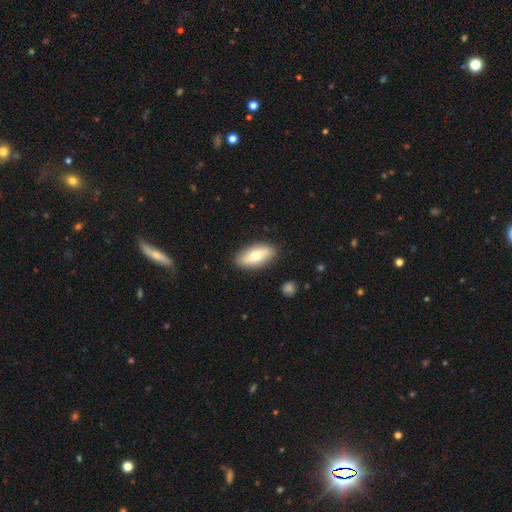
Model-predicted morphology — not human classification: Overall: smooth (65%; featured or disk 29%). How rounded: in between (85%). Merging: none (86%).